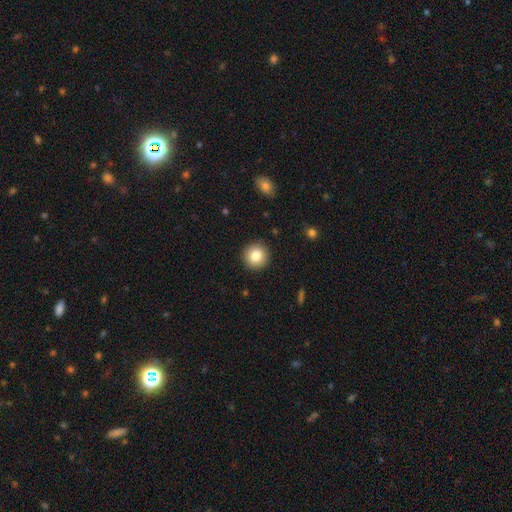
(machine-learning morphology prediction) The model was most divided on "smooth or featured": smooth: 82%, star or artifact: 9%, featured or disk: 9%. More confident: how rounded — round (93%); merging — none (92%).